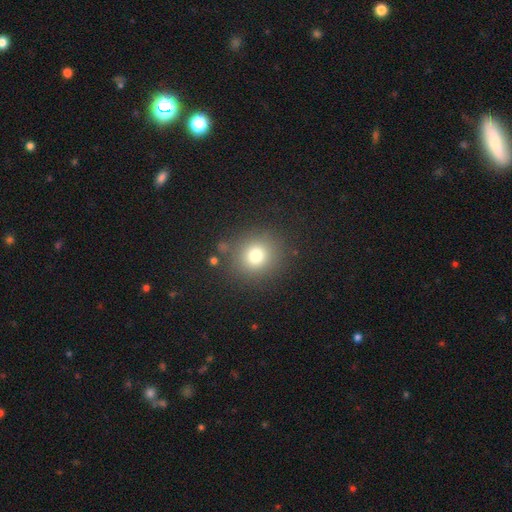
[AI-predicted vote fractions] This appears to be a smooth galaxy with no disk features (76%) that is round (91%). Merging: none (85%).